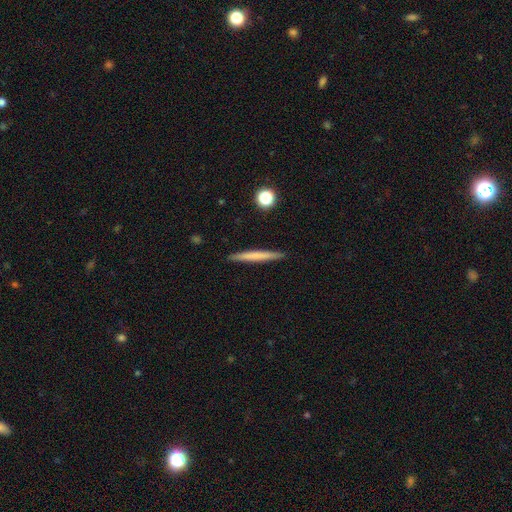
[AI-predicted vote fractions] Morphology: type=smooth (62%); roundness=cigar-shaped (96%); merging=none (92%).